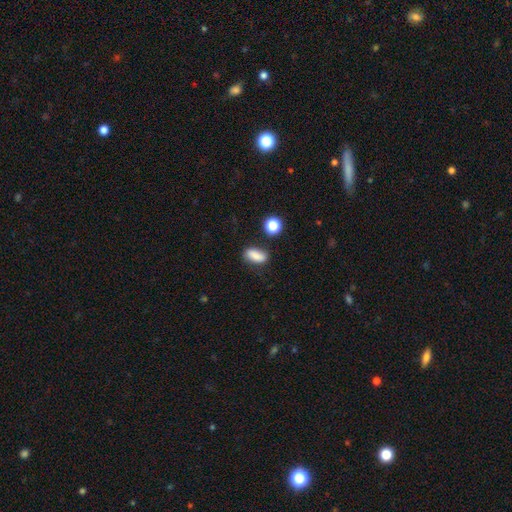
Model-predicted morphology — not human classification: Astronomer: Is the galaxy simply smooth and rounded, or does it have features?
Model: smooth — 81%.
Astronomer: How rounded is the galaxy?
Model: in between — 80%.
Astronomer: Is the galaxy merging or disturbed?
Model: none — 74%.